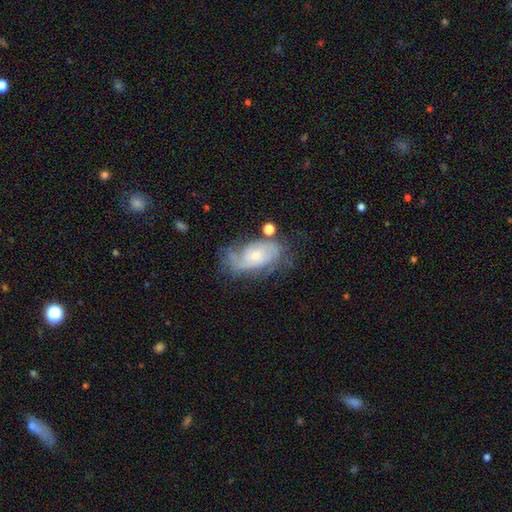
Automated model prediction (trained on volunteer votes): Smooth or featured? Predicted: featured or disk (p=0.77). Edge-on disk? Predicted: no (p=0.96). Bar? Predicted: no (p=0.71). Spiral arms? Predicted: yes (p=0.90). Spiral winding? Predicted: tight (p=0.42). Spiral arm count? Predicted: 2 (p=0.47). Bulge size? Predicted: small (p=0.56). Merging? Predicted: none (p=0.58).